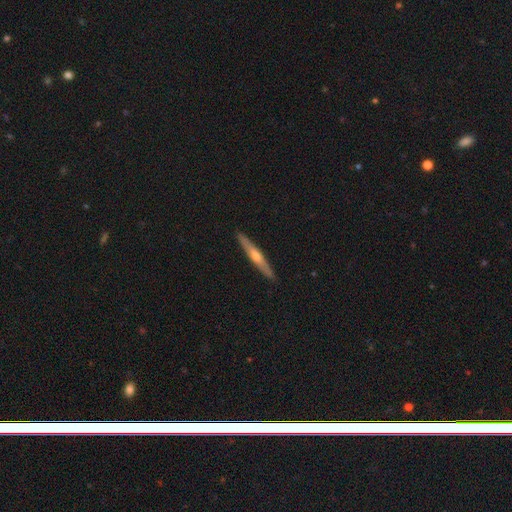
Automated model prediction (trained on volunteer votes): Smooth or featured? Predicted: featured or disk (p=0.64). Edge-on disk? Predicted: yes (p=0.96). Edge-on bulge? Predicted: rounded (p=0.83). Merging? Predicted: none (p=0.92).